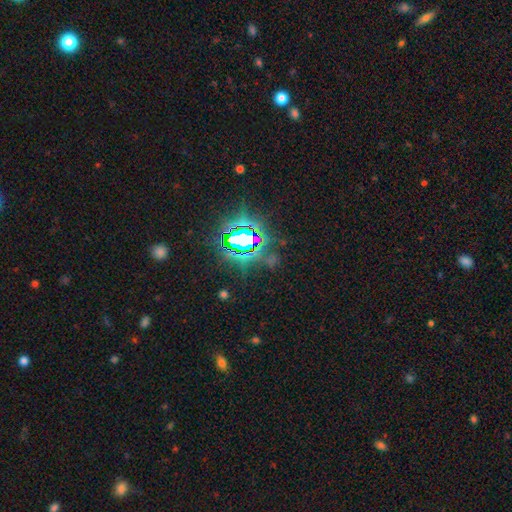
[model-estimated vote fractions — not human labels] Smooth or featured?
  - star or artifact: 85% *
  - smooth: 9%
  - featured or disk: 6%